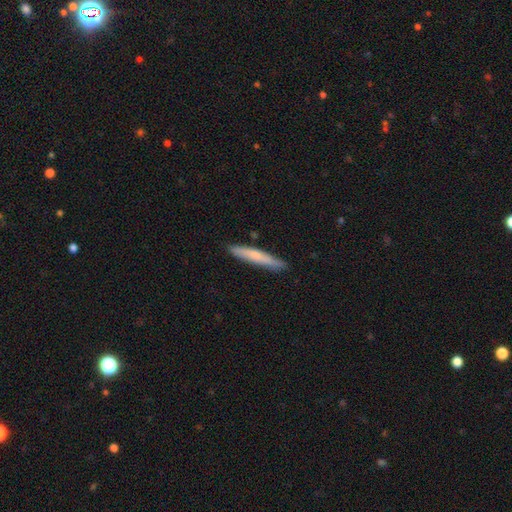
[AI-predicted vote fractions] This is likely a smooth galaxy (64%). How rounded: clearly cigar-shaped (95%). Merging: clearly none (88%).